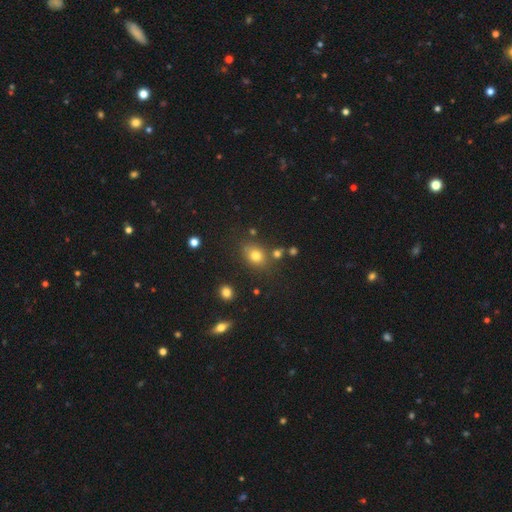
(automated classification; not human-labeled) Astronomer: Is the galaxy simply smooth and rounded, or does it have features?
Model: smooth — 76%.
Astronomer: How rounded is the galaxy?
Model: in between — 50% (runner-up: round, 49%).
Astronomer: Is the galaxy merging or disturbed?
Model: none — 74%.